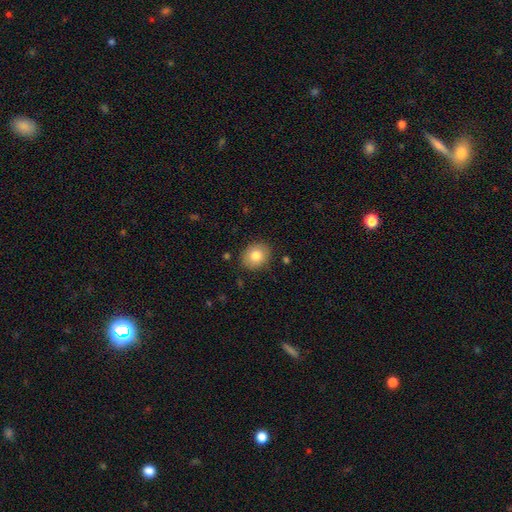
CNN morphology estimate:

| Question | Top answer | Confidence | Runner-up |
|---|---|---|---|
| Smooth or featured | smooth | 81% | featured or disk (10%) |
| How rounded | round | 66% | in between (33%) |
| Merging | none | 87% | minor disturbance (10%) |